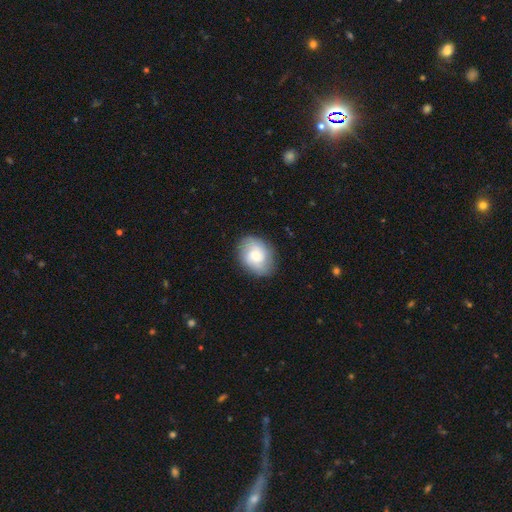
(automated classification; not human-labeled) A smooth galaxy with no disk features (49%). Merging: none (81%).